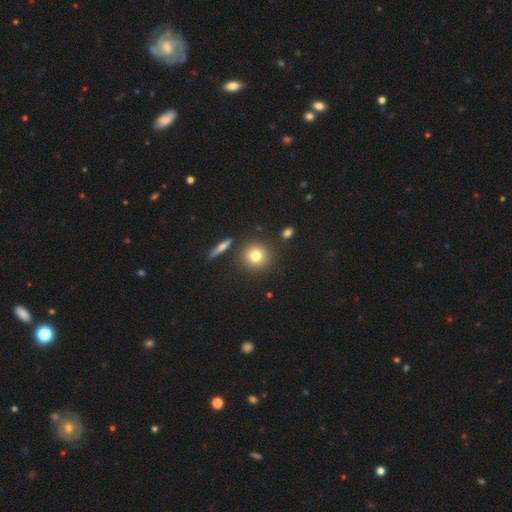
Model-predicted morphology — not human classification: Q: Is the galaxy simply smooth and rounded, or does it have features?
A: smooth — 77%.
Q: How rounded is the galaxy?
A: round — 91%.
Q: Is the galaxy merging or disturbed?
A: none — 85%.